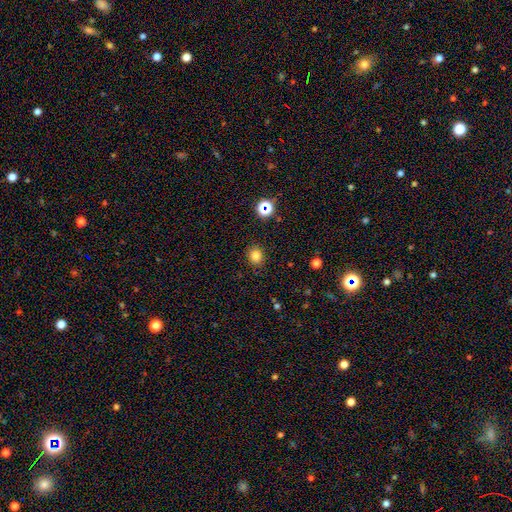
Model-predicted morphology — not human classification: Overall: smooth (81%). How rounded: round (65%; in between 34%). Merging: none (88%).